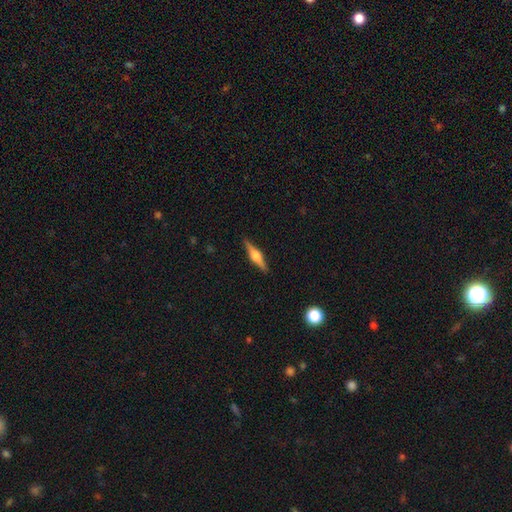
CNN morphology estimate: This appears to be a featured or disk galaxy (72%) viewed edge-on (98%) with a rounded central bulge (91%). Merging: none (91%).